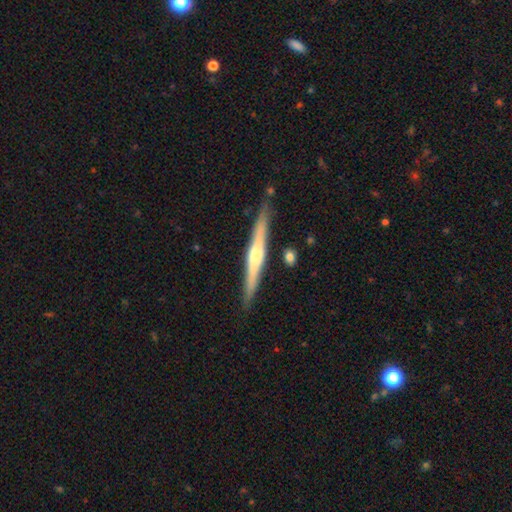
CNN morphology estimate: Smooth or featured? featured or disk (66%)
Edge-on disk? yes (98%)
Edge-on bulge? rounded (69%)
Merging? none (87%)